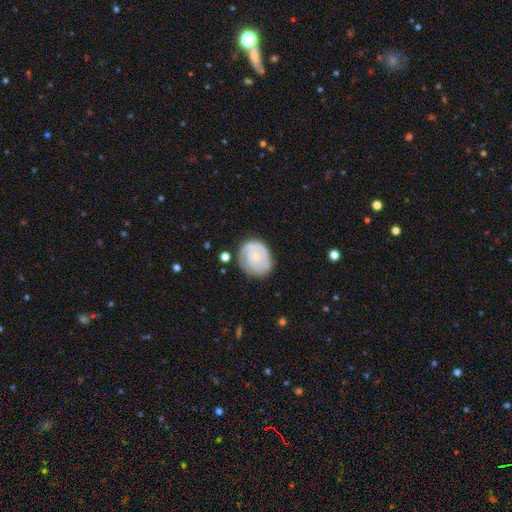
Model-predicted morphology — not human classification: Smooth or featured? Predicted: featured or disk (p=0.59). Edge-on disk? Predicted: no (p=0.98). Bar? Predicted: no (p=0.78). Spiral arms? Predicted: yes (p=0.86). Bulge size? Predicted: small (p=0.67). Merging? Predicted: none (p=0.70).